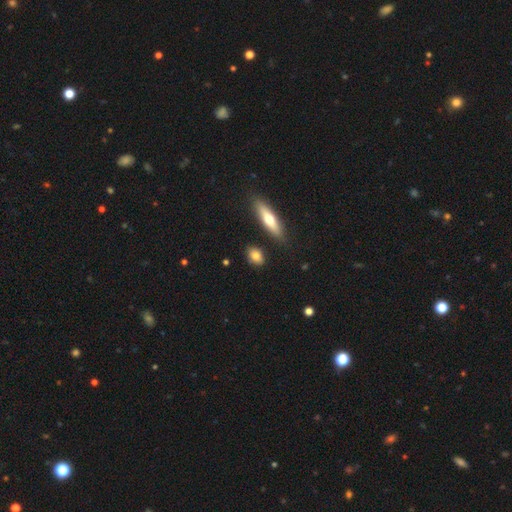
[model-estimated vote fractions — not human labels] Overall: smooth (76%). How rounded: in between (67%). Merging: none (82%).